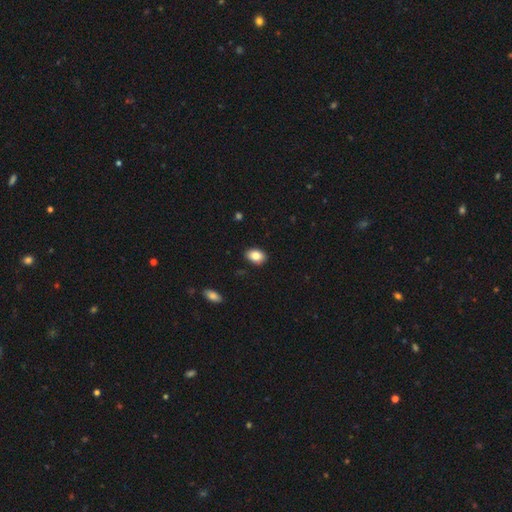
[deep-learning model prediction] Overall: smooth (85%). How rounded: in between (84%). Merging: none (89%).